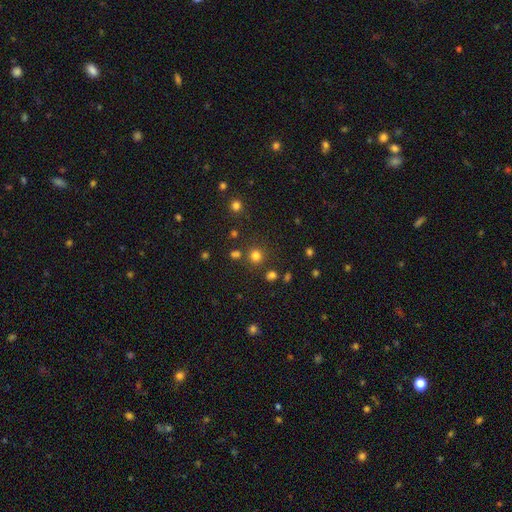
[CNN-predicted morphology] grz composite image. It shows a smooth galaxy with no disk features (78%) that is round (92%). Merging: none (83%).